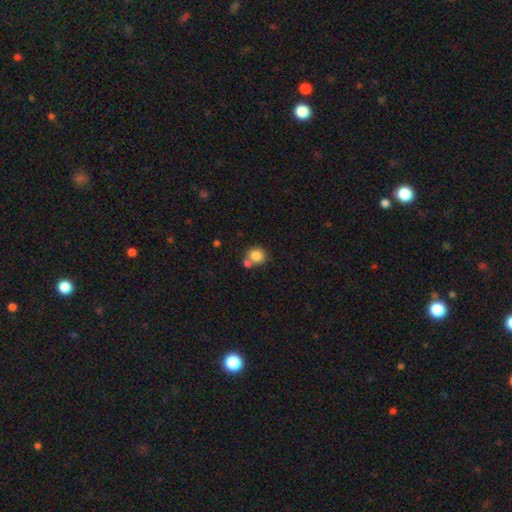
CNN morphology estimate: This is clearly a smooth galaxy (83%). How rounded: clearly round (86%). Merging: possibly none (55%).